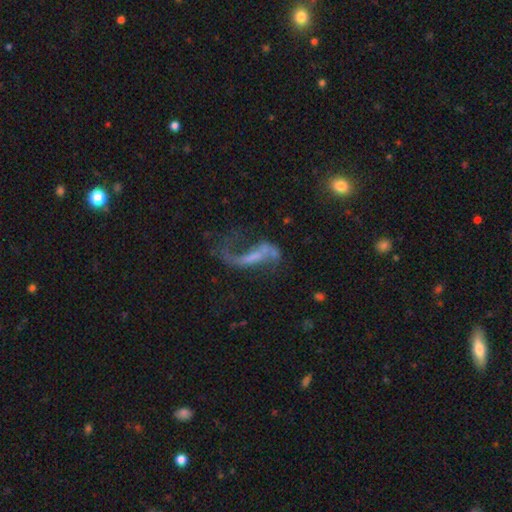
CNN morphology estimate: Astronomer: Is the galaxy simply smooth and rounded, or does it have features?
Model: featured or disk — 65%.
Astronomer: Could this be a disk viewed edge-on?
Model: no — 89%.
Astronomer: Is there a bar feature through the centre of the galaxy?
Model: no — 46% (runner-up: weak, 28%).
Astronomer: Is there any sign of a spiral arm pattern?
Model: yes — 59% (runner-up: no, 41%).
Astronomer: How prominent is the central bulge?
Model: none — 55%.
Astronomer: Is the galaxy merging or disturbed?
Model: major disturbance — 46% (runner-up: none, 28%).